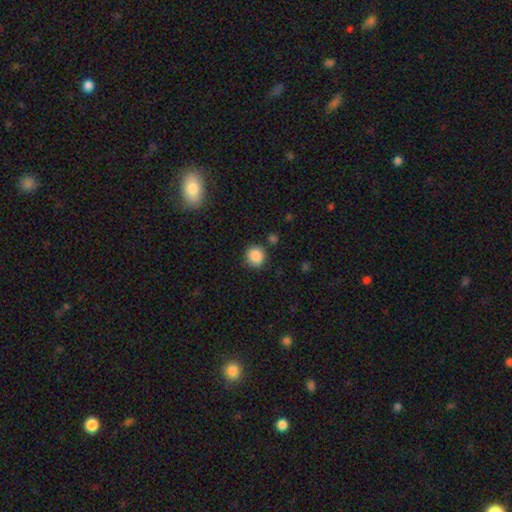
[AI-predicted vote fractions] smooth-or-featured: smooth: 87% | star or artifact: 9% | featured or disk: 4%
  how-rounded: round: 89% | in between: 10% | cigar-shaped: 1%
  merging: none: 84% | minor disturbance: 9% | merger: 4% | major disturbance: 3%